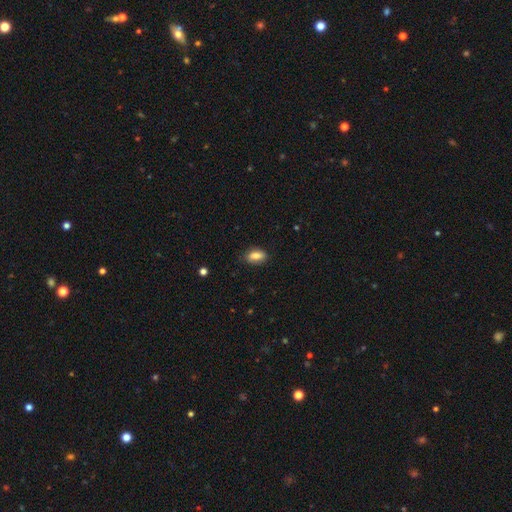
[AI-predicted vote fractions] smooth_or_featured: smooth (p=0.78) [alt: featured or disk p=0.14]
how_rounded: in between (p=0.87) [alt: cigar-shaped p=0.07]
merging: none (p=0.81) [alt: minor disturbance p=0.15]